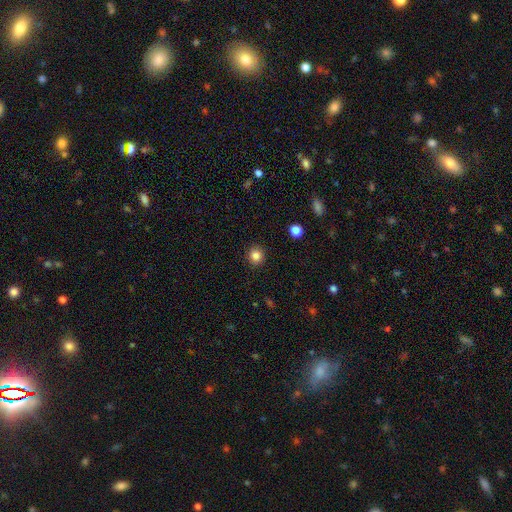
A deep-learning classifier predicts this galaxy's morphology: type=smooth (84%); roundness=round (90%); merging=none (91%).